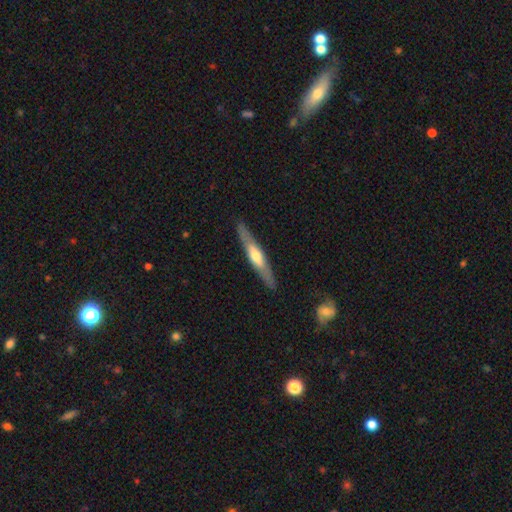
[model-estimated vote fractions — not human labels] Overall: featured or disk (58%; smooth 37%). Edge-on disk: yes (87%). Edge-on bulge: rounded (75%). Merging: none (87%).